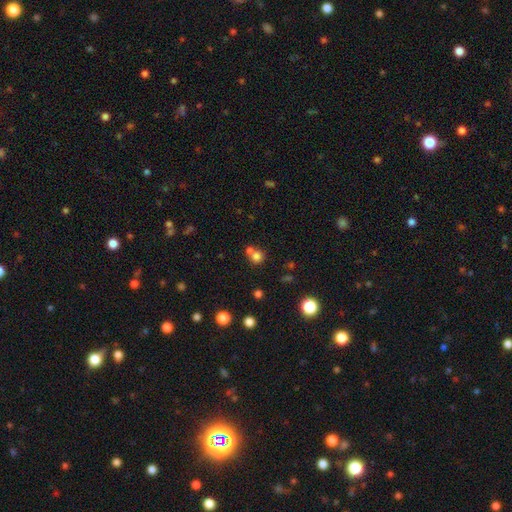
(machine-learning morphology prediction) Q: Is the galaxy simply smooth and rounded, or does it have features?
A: smooth — 75%.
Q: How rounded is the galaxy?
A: round — 88%.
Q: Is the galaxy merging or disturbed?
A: none — 51%.